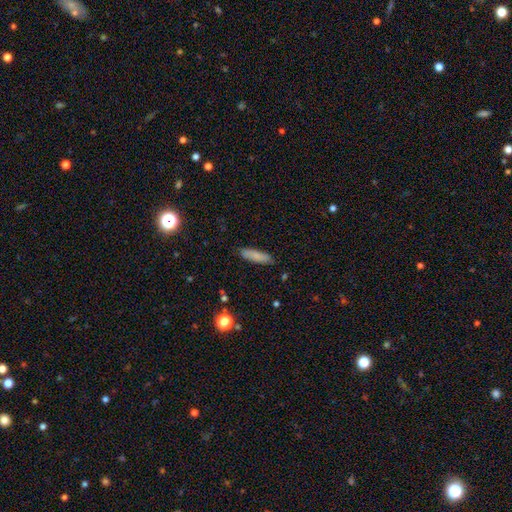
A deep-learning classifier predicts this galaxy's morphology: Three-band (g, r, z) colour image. It shows a smooth galaxy with no disk features (83%) that is cigar-shaped (65%). Merging: none (86%).